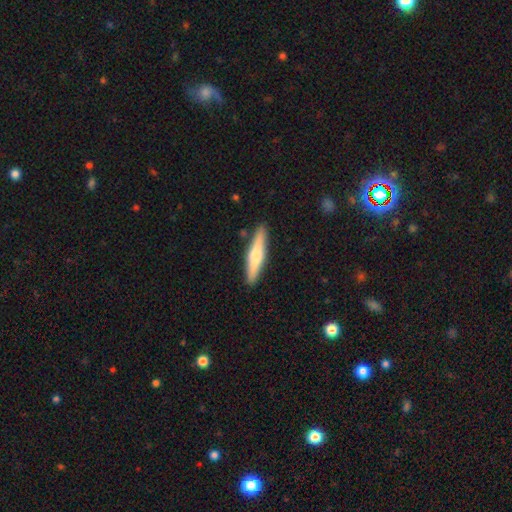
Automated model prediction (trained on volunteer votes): The model was most divided on "smooth or featured": smooth: 49%, featured or disk: 45%, star or artifact: 5%. More confident: merging — none (89%).